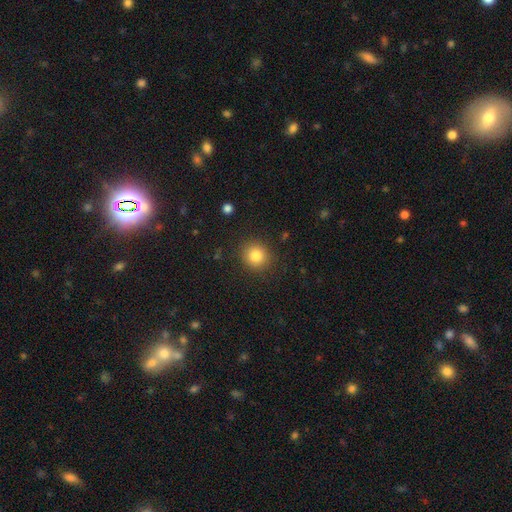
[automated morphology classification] smooth_or_featured: smooth (p=0.83) [alt: star or artifact p=0.11]
how_rounded: round (p=0.86) [alt: in between p=0.13]
merging: none (p=0.88) [alt: minor disturbance p=0.08]